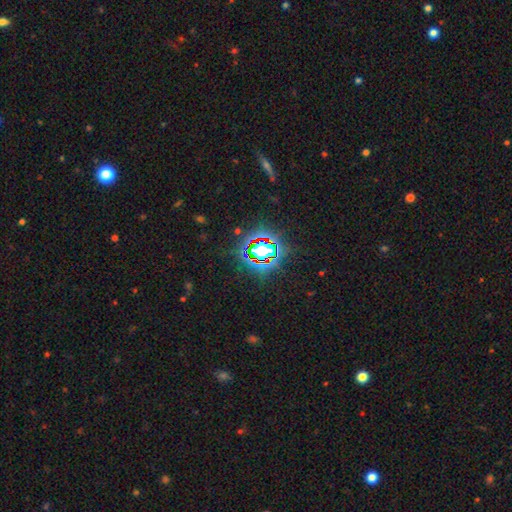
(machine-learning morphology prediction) Overall: star or artifact (75%).